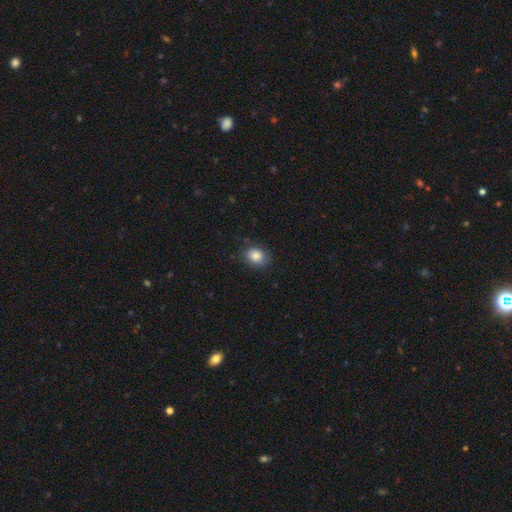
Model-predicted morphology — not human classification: Smooth or featured?
  - smooth: 85% *
  - star or artifact: 9%
  - featured or disk: 6%
How rounded?
  - in between: 52% *
  - round: 47%
  - cigar-shaped: 1%
Merging?
  - none: 81% *
  - minor disturbance: 15%
  - major disturbance: 3%
  - merger: 1%